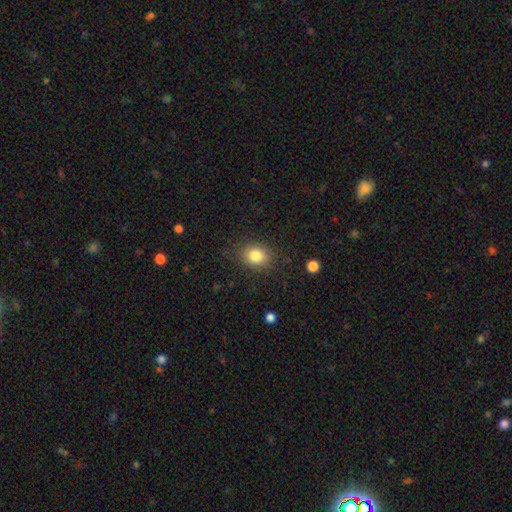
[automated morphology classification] smooth-or-featured: smooth: 82% | star or artifact: 10% | featured or disk: 7%
  how-rounded: in between: 51% | round: 48% | cigar-shaped: 1%
  merging: none: 83% | minor disturbance: 12% | major disturbance: 4% | merger: 1%